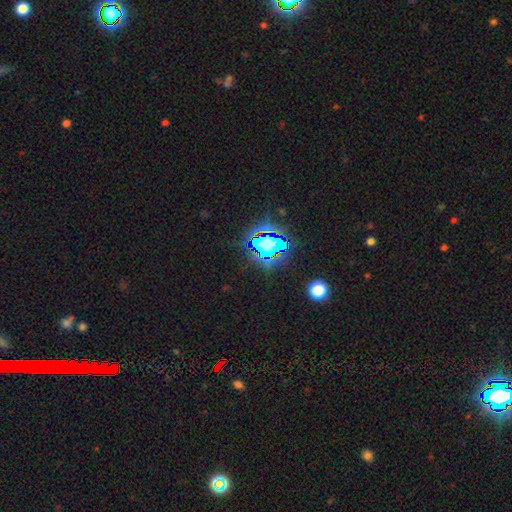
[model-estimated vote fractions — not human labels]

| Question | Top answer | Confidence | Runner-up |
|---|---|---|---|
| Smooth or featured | star or artifact | 77% | smooth (15%) |